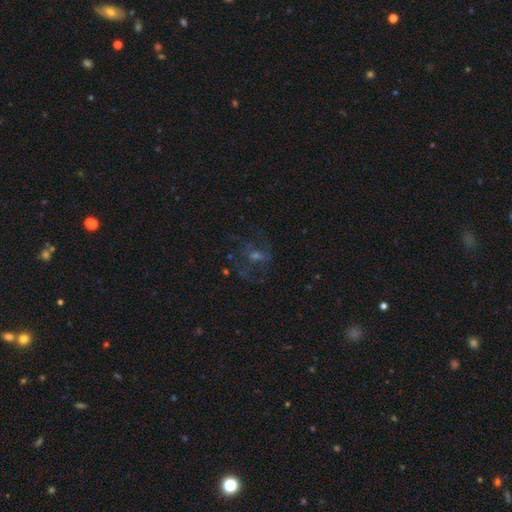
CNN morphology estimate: Smooth or featured?
  - featured or disk: 50% *
  - star or artifact: 29%
  - smooth: 20%
Edge-on disk?
  - no: 95% *
  - yes: 5%
Merging?
  - none: 61% *
  - major disturbance: 21%
  - minor disturbance: 16%
  - merger: 3%